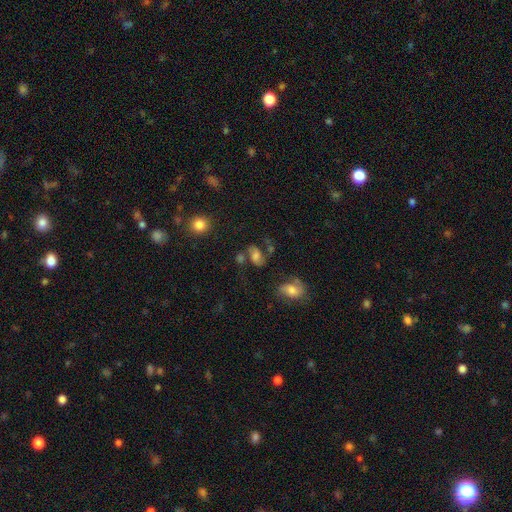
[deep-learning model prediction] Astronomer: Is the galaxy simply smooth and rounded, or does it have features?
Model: featured or disk — 44% (runner-up: smooth, 42%).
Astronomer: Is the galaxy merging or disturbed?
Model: none — 51%.